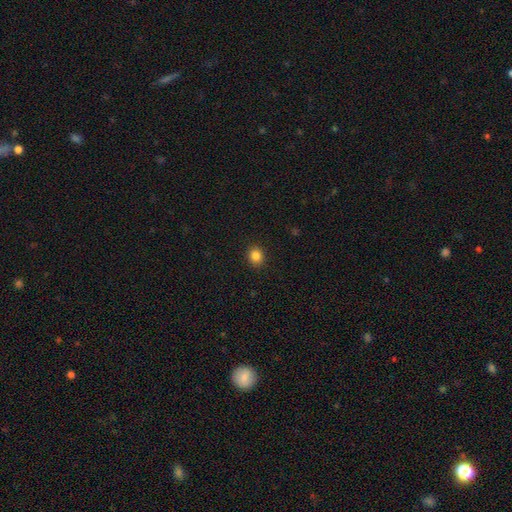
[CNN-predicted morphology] Smooth or featured?
  - smooth: 84% *
  - star or artifact: 11%
  - featured or disk: 4%
How rounded?
  - round: 77% *
  - in between: 22%
  - cigar-shaped: 1%
Merging?
  - none: 92% *
  - minor disturbance: 6%
  - major disturbance: 2%
  - merger: 1%